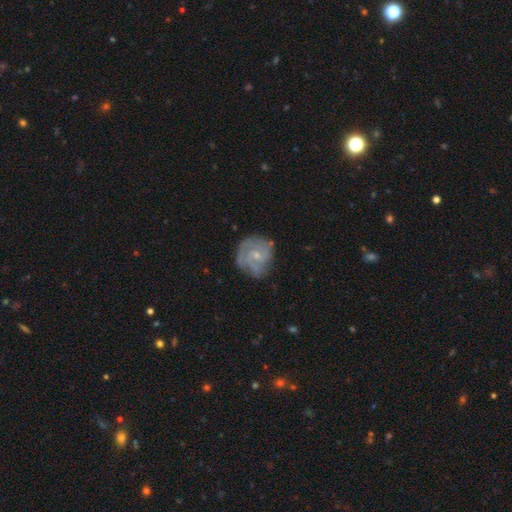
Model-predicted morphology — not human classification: A featured or disk galaxy (73%) with no bar (66%), tight (56%) spiral arms (86%) and a small central bulge (63%).

Vote fractions:
- Smooth or featured? featured or disk: 73% / smooth: 21% / star or artifact: 6%
- Edge-on disk? no: 98% / yes: 2%
- Bar? no: 66% / weak: 30% / strong: 4%
- Spiral arms? yes: 86% / no: 14%
- Spiral winding? tight: 56% / medium: 34% / loose: 10%
- Spiral arm count? can't tell: 32% / 2: 30% / 3: 24% / 4: 6% / 1: 5% / more than 4: 4%
- Bulge size? small: 63% / moderate: 32% / none: 3% / large: 1% / dominant: 1%
- Merging? none: 65% / minor disturbance: 23% / major disturbance: 9% / merger: 2%